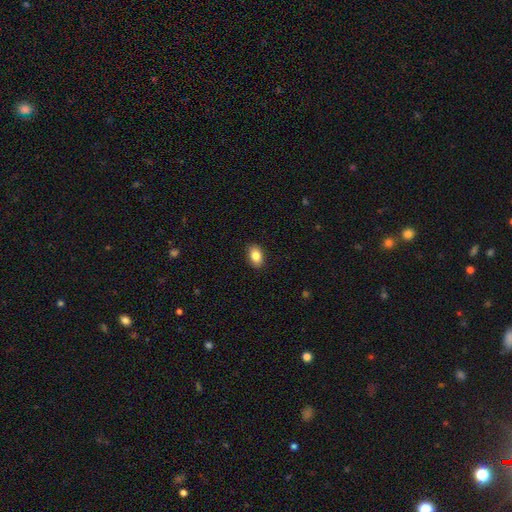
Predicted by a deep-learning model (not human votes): Smooth or featured?
  - smooth: 86% *
  - star or artifact: 8%
  - featured or disk: 6%
How rounded?
  - in between: 86% *
  - round: 12%
  - cigar-shaped: 1%
Merging?
  - none: 90% *
  - minor disturbance: 7%
  - major disturbance: 2%
  - merger: 1%